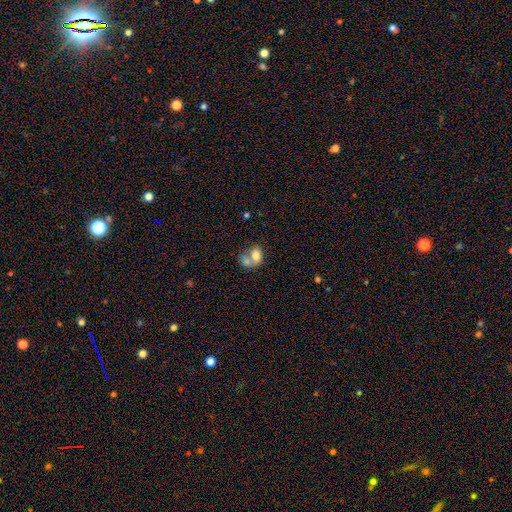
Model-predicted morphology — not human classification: Smooth or featured: smooth — 75% (featured or disk — 17%)
How rounded: in between — 74% (round — 25%)
Merging: merger — 62% (none — 22%)